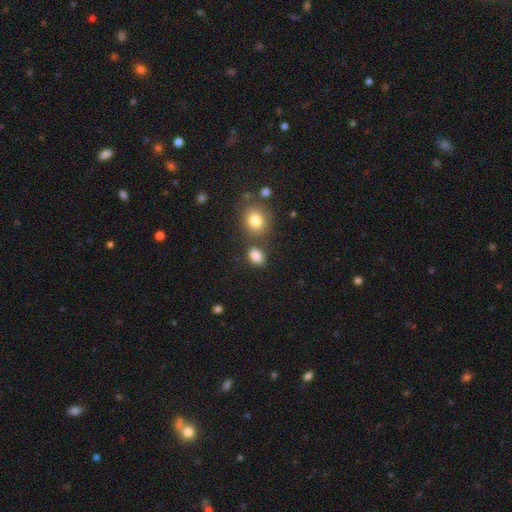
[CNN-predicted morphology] type=smooth (84%); roundness=in between (70%); merging=none (69%).